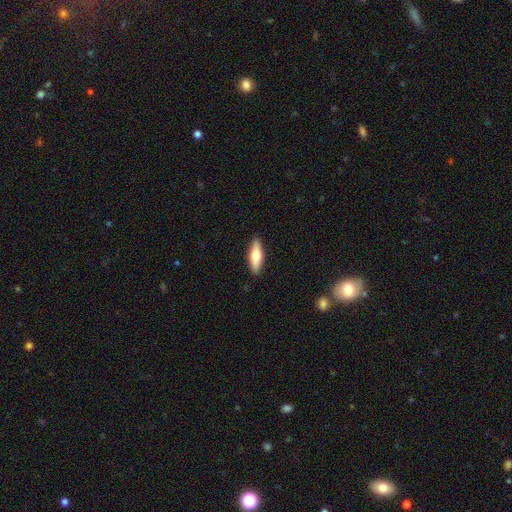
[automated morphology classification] Q: Smooth or featured?
A: smooth (57%); runner-up: featured or disk (37%)
Q: How rounded?
A: cigar-shaped (51%); runner-up: in between (47%)
Q: Merging?
A: none (90%); runner-up: minor disturbance (7%)